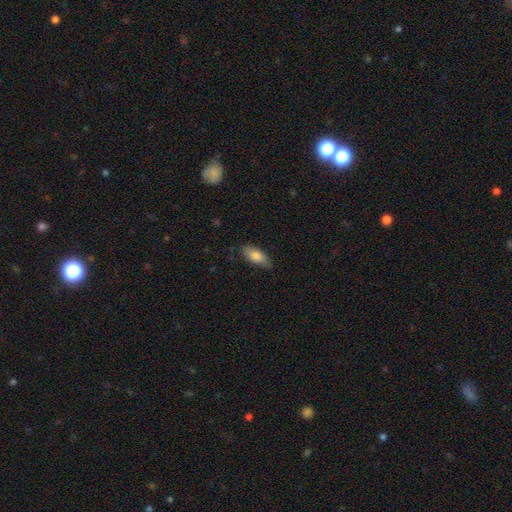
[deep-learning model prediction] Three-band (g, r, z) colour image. It shows a smooth galaxy with no disk features (81%) that is in between round and cigar-shaped (79%). Merging: none (79%).